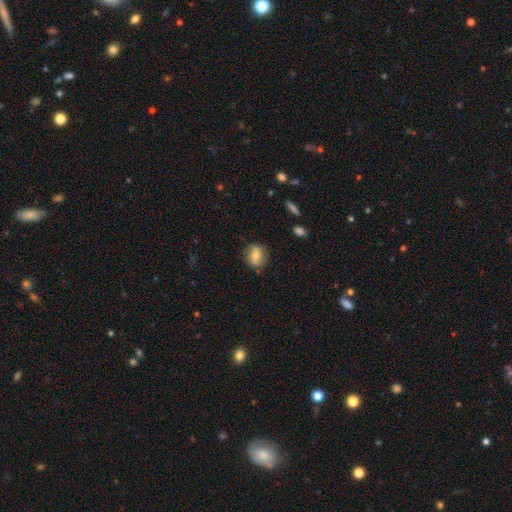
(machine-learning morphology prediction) Smooth or featured? Predicted: smooth (p=0.66). How rounded? Predicted: round (p=0.58). Merging? Predicted: none (p=0.78).